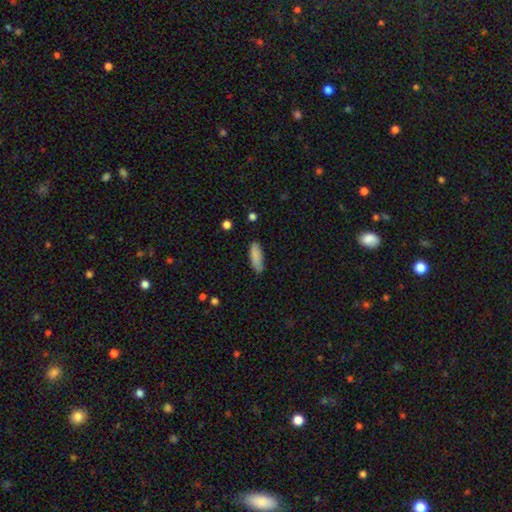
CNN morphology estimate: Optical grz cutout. It shows a smooth galaxy with no disk features (87%) that is in between round and cigar-shaped (57%). Merging: none (82%).